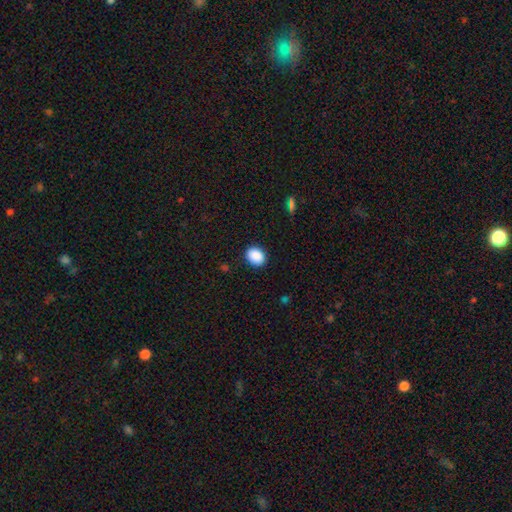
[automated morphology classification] Overall: smooth (89%). How rounded: in between (58%; round 41%). Merging: none (88%).